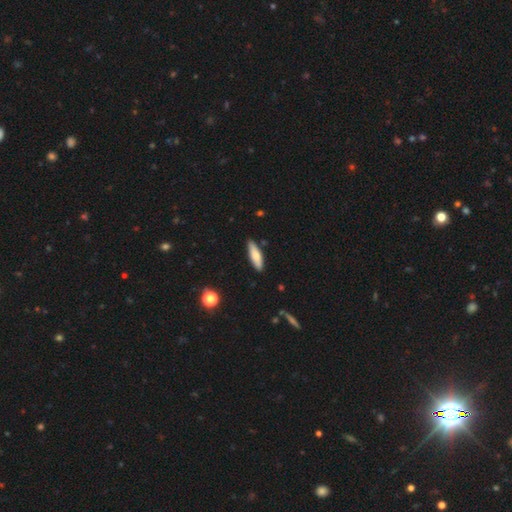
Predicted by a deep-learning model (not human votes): A smooth galaxy with no disk features (73%) that is cigar-shaped (57%).

Vote fractions:
- Smooth or featured? smooth: 73% / featured or disk: 21% / star or artifact: 6%
- How rounded? cigar-shaped: 57% / in between: 41% / round: 2%
- Merging? none: 86% / minor disturbance: 10% / major disturbance: 2% / merger: 2%